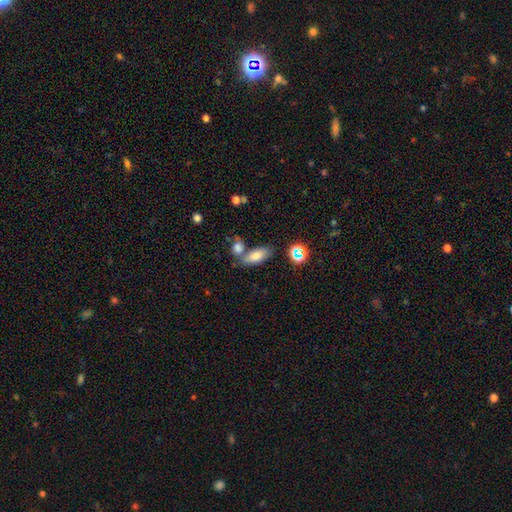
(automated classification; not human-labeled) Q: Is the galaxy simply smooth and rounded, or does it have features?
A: smooth — 75%.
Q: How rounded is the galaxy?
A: in between — 79%.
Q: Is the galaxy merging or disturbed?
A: none — 56%.